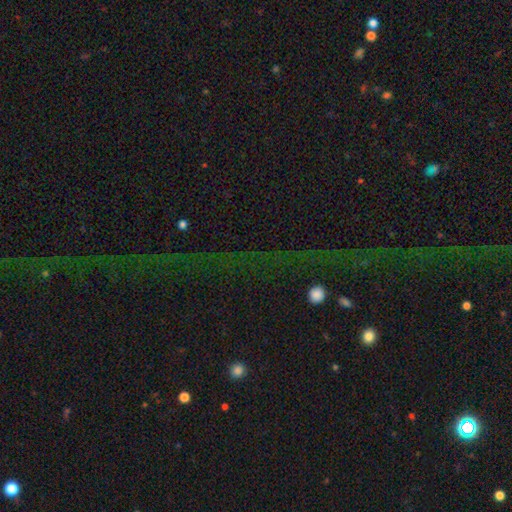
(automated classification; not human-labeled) This is likely a star or artifact rather than a galaxy (74%).